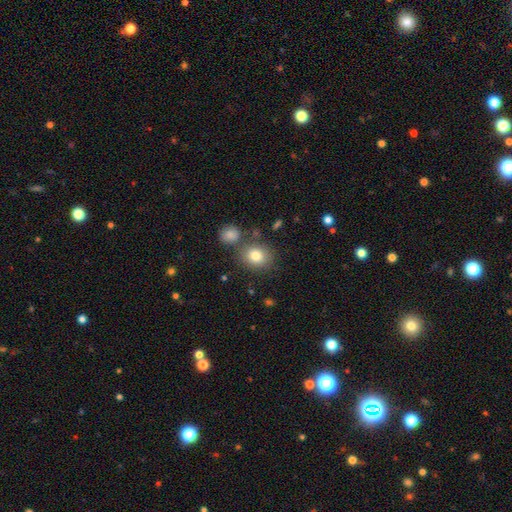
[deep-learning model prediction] Smooth or featured?
  - smooth: 81% *
  - star or artifact: 10%
  - featured or disk: 9%
How rounded?
  - round: 71% *
  - in between: 28%
  - cigar-shaped: 1%
Merging?
  - none: 72% *
  - merger: 13%
  - minor disturbance: 11%
  - major disturbance: 4%